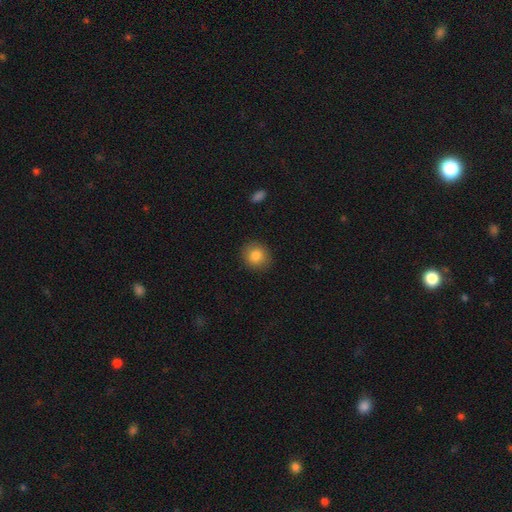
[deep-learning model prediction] smooth 83%, star or artifact 9%, featured or disk 8%. Down the decision tree: how rounded — round (82%); merging — none (89%).